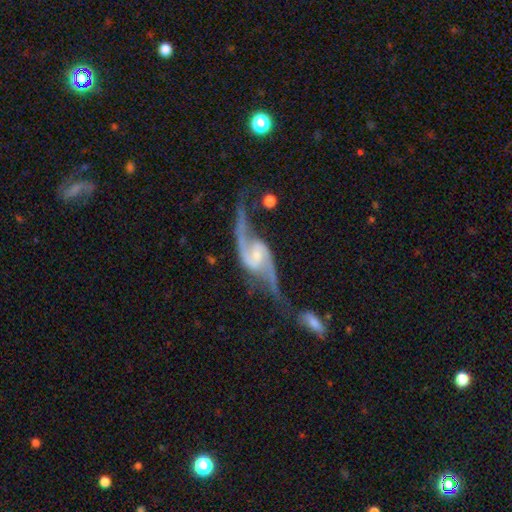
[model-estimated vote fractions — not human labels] Q: Smooth or featured?
A: featured or disk (92%); runner-up: star or artifact (4%)
Q: Edge-on disk?
A: no (96%); runner-up: yes (4%)
Q: Bar?
A: weak (51%); runner-up: no (29%)
Q: Spiral arms?
A: yes (98%); runner-up: no (2%)
Q: Spiral winding?
A: loose (66%); runner-up: medium (27%)
Q: Spiral arm count?
A: 2 (94%); runner-up: can't tell (2%)
Q: Bulge size?
A: small (55%); runner-up: moderate (32%)
Q: Merging?
A: none (56%); runner-up: minor disturbance (19%)